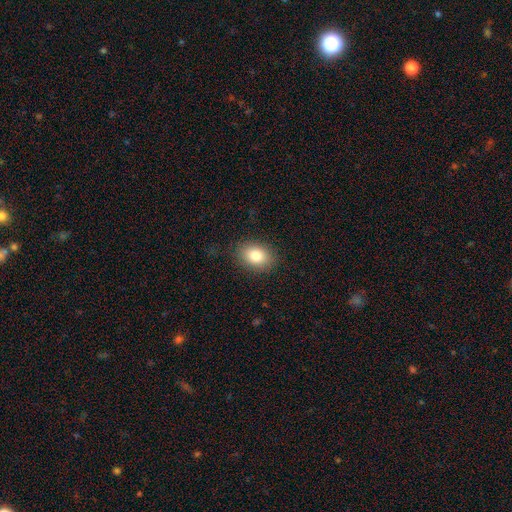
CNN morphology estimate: Smooth or featured?
  - smooth: 81% *
  - featured or disk: 9%
  - star or artifact: 9%
How rounded?
  - in between: 71% *
  - round: 28%
  - cigar-shaped: 1%
Merging?
  - none: 85% *
  - minor disturbance: 10%
  - major disturbance: 3%
  - merger: 1%